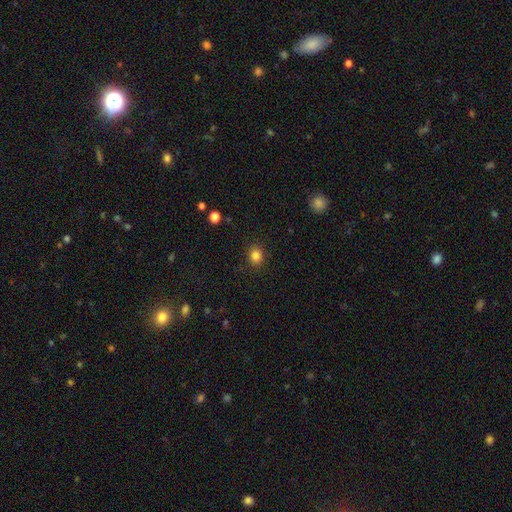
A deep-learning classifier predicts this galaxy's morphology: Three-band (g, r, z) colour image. It shows a smooth galaxy with no disk features (84%) that is round (69%). Merging: none (89%).